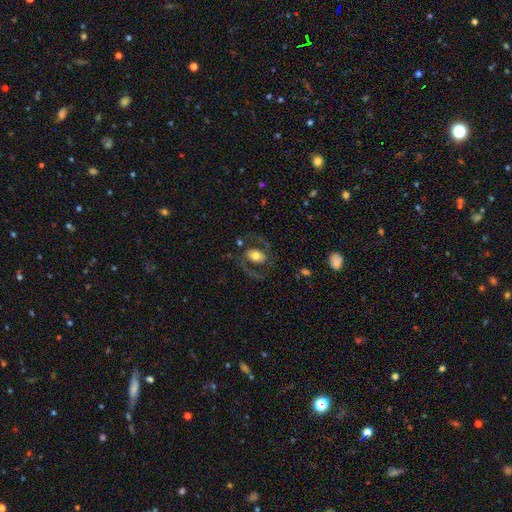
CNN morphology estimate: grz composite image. It shows a featured or disk galaxy (57%) with no bar (57%), spiral arms (63%) and a moderate central bulge (55%). Merging: none (69%).